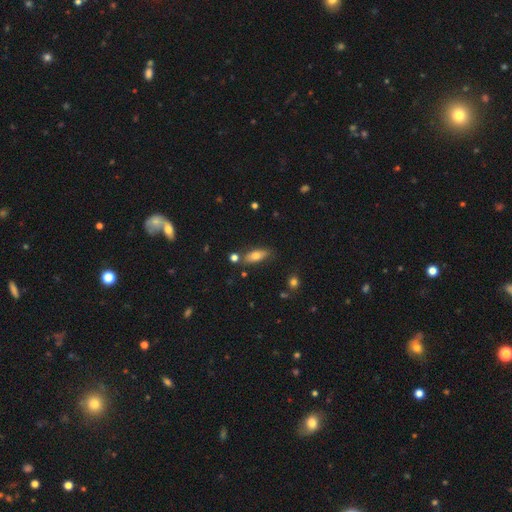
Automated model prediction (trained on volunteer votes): smooth 70%, featured or disk 22%, star or artifact 8%. Down the decision tree: how rounded — in between (77%); merging — none (75%).